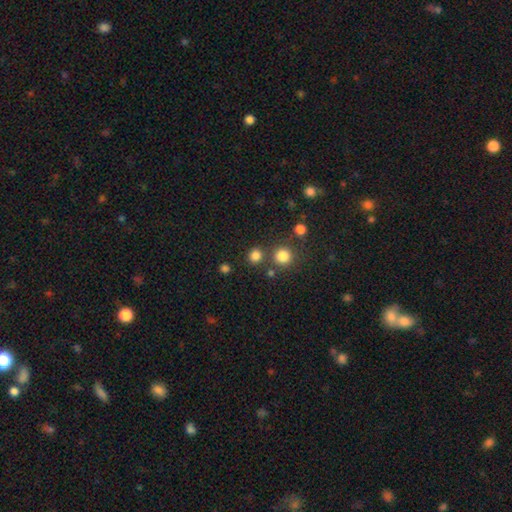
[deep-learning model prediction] The model was most divided on "smooth or featured": smooth: 80%, star or artifact: 15%, featured or disk: 4%. More confident: how rounded — round (86%); merging — none (78%).